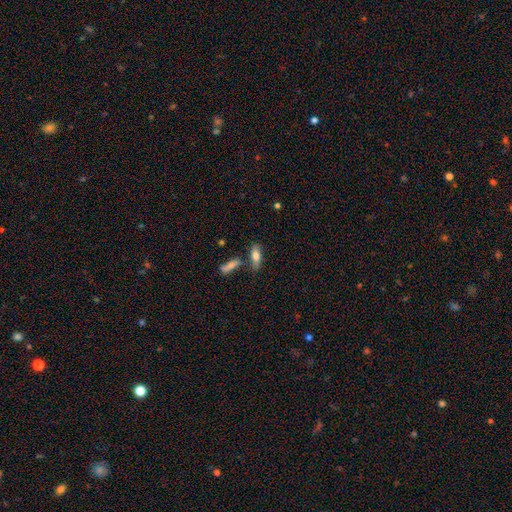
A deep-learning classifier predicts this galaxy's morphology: Smooth or featured? smooth (73%)
How rounded? in between (69%)
Merging? none (61%)